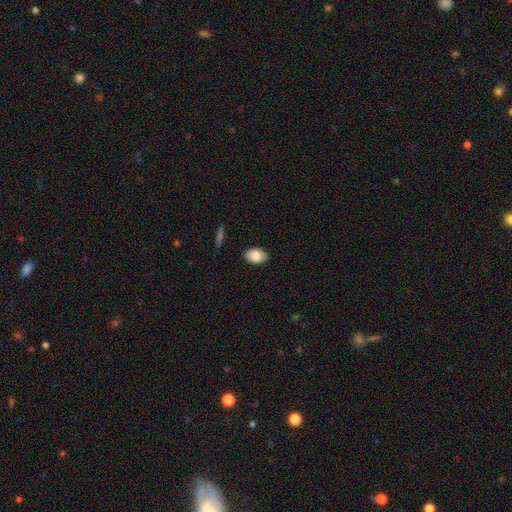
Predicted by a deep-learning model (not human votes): smooth_or_featured: smooth (p=0.84) [alt: featured or disk p=0.09]
how_rounded: in between (p=0.85) [alt: round p=0.14]
merging: none (p=0.82) [alt: minor disturbance p=0.14]